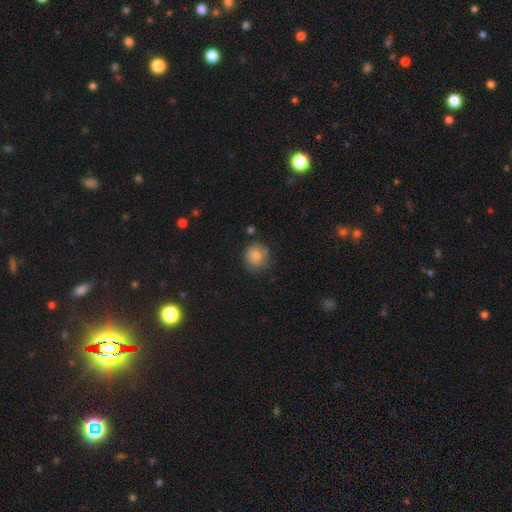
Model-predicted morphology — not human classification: smooth 79%, featured or disk 12%, star or artifact 9%. Down the decision tree: how rounded — round (85%); merging — none (75%).